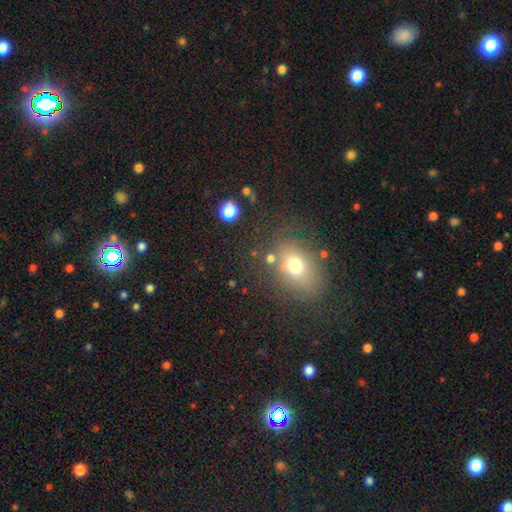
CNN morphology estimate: Q: Smooth or featured?
A: smooth (63%); runner-up: star or artifact (25%)
Q: How rounded?
A: in between (65%); runner-up: round (33%)
Q: Merging?
A: none (78%); runner-up: minor disturbance (12%)